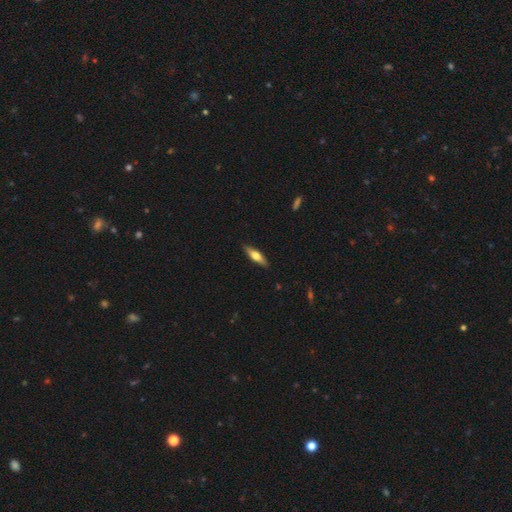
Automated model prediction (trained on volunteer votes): Smooth or featured? smooth (50%)
How rounded? cigar-shaped (62%)
Merging? none (89%)